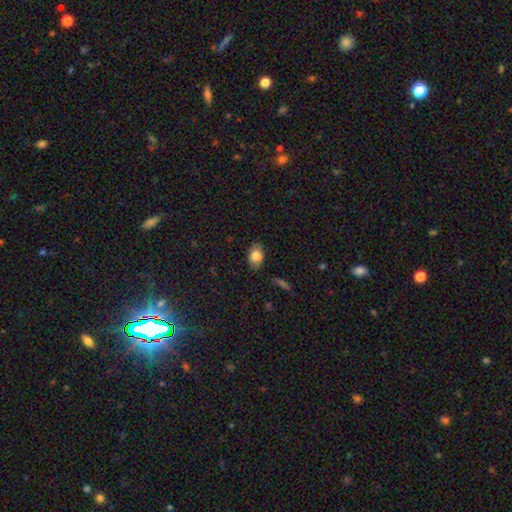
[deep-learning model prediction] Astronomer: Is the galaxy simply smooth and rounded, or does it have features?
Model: smooth — 81%.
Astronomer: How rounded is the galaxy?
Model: in between — 82%.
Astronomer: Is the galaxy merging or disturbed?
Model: none — 81%.